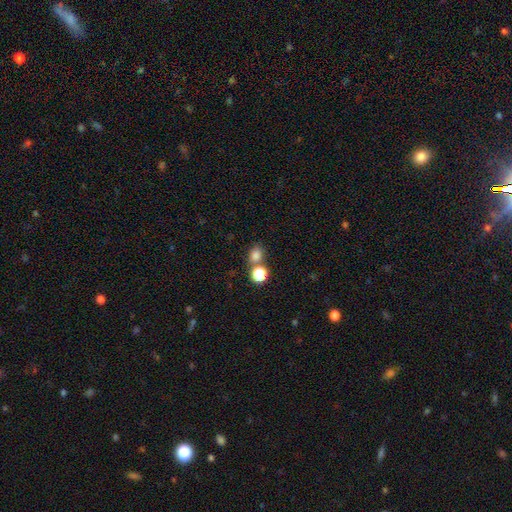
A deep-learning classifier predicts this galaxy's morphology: Overall: smooth (79%). How rounded: round (58%; in between 41%). Merging: none (60%; merger 27%).